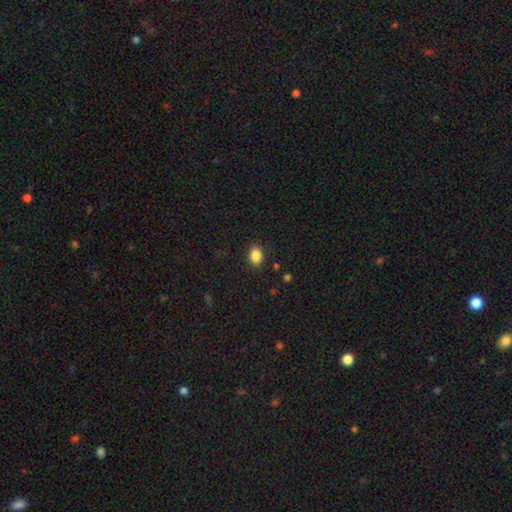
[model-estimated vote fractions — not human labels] Smooth or featured? Predicted: smooth (p=0.86). How rounded? Predicted: in between (p=0.71). Merging? Predicted: none (p=0.88).